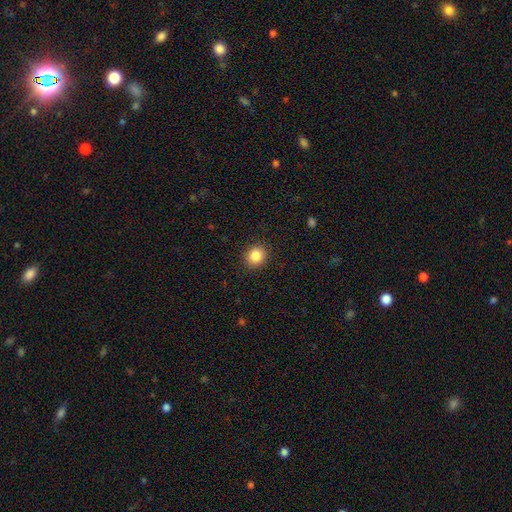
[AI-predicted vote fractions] Smooth or featured?
  - smooth: 86% *
  - star or artifact: 10%
  - featured or disk: 4%
How rounded?
  - round: 75% *
  - in between: 24%
  - cigar-shaped: 1%
Merging?
  - none: 90% *
  - minor disturbance: 7%
  - major disturbance: 2%
  - merger: 1%